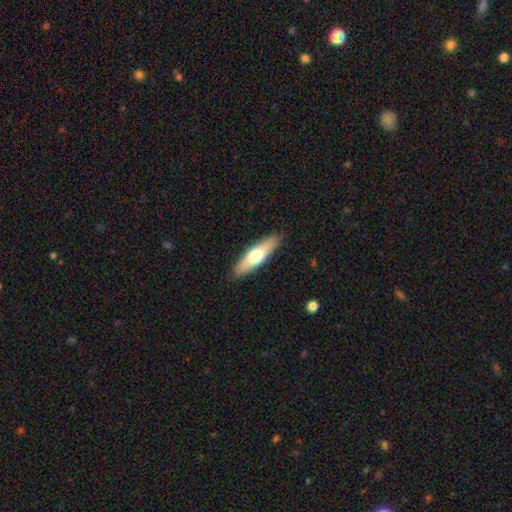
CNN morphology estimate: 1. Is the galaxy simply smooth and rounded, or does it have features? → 54% smooth, 41% featured or disk, 5% star or artifact.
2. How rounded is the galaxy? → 64% cigar-shaped, 34% in between, 2% round.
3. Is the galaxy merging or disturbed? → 89% none, 8% minor disturbance, 2% major disturbance, 1% merger.